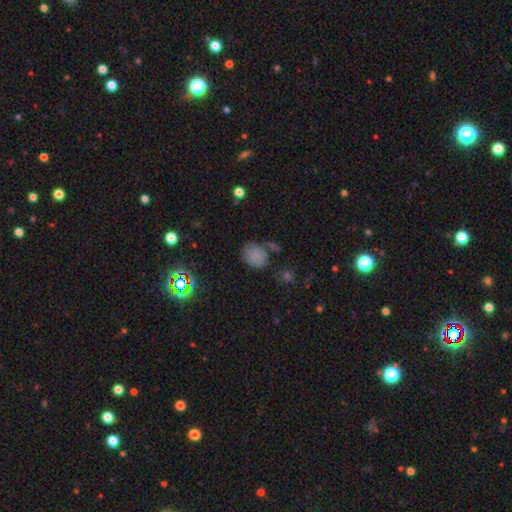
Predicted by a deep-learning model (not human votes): Smooth or featured? Predicted: smooth (p=0.79). How rounded? Predicted: round (p=0.57). Merging? Predicted: none (p=0.58).